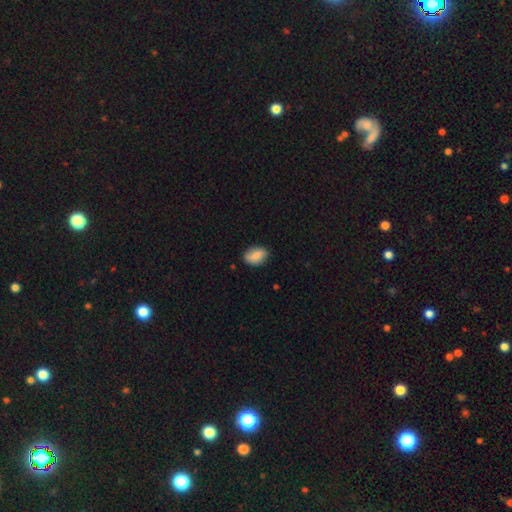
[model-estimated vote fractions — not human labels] This appears to be a smooth galaxy with no disk features (81%) that is in between round and cigar-shaped (80%). Merging: none (78%).